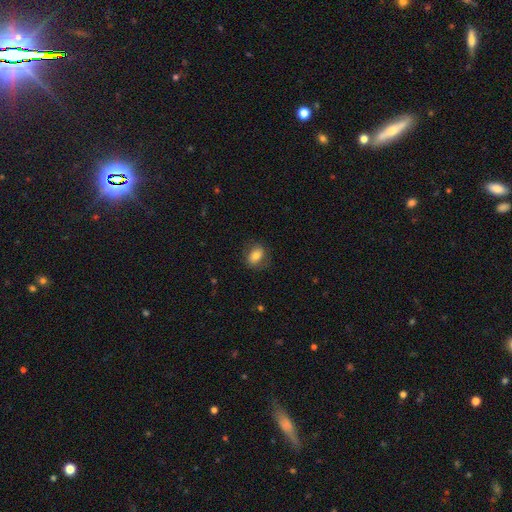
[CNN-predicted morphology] Smooth or featured: smooth — 77% (featured or disk — 14%)
How rounded: in between — 70% (round — 28%)
Merging: none — 78% (minor disturbance — 15%)